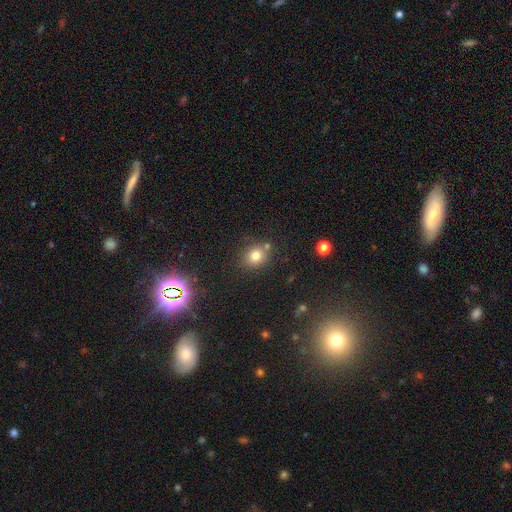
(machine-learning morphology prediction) smooth 78%, star or artifact 14%, featured or disk 8%. Down the decision tree: how rounded — round (69%); merging — none (71%).